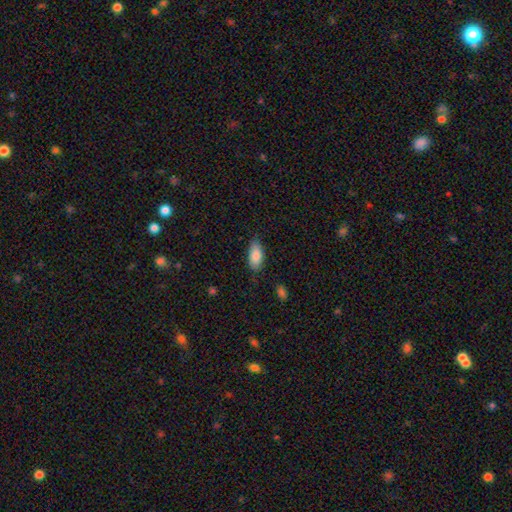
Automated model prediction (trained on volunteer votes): Smooth or featured?
  - smooth: 85% *
  - featured or disk: 8%
  - star or artifact: 6%
How rounded?
  - in between: 87% *
  - cigar-shaped: 11%
  - round: 2%
Merging?
  - none: 79% *
  - minor disturbance: 16%
  - major disturbance: 3%
  - merger: 1%